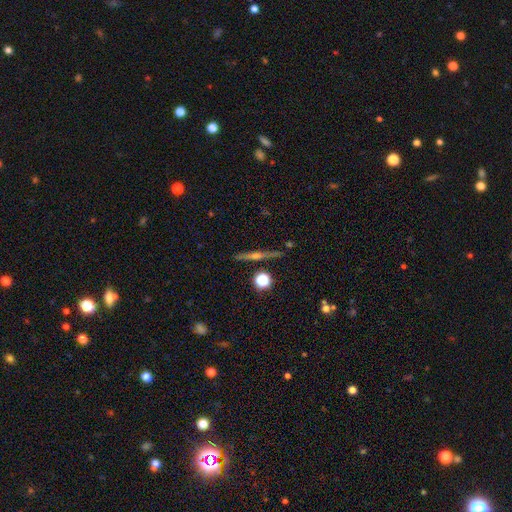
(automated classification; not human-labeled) The model was most divided on "smooth or featured": featured or disk: 75%, smooth: 15%, star or artifact: 9%. More confident: edge-on disk — yes (98%); edge-on bulge — rounded (89%); merging — none (88%).